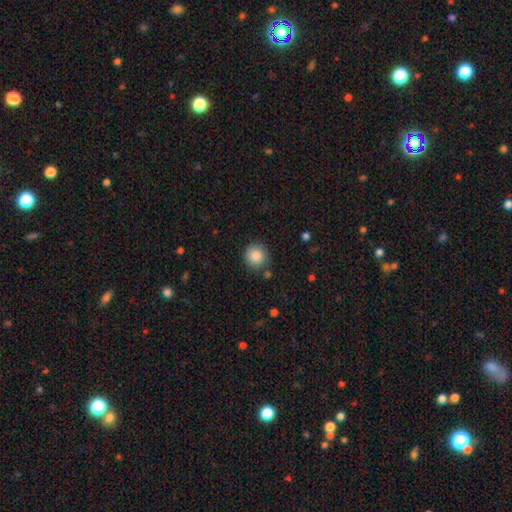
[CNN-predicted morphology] Smooth or featured? Predicted: smooth (p=0.86). How rounded? Predicted: round (p=0.91). Merging? Predicted: none (p=0.85).